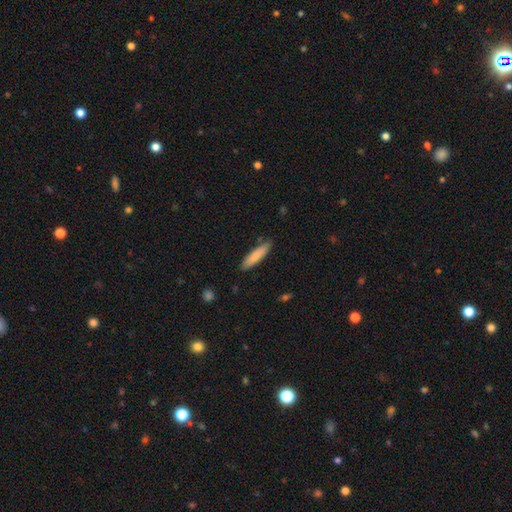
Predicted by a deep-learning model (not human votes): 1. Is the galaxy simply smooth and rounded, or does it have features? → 82% smooth, 12% featured or disk, 6% star or artifact.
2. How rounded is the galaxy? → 76% cigar-shaped, 23% in between, 1% round.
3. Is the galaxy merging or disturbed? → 84% none, 12% minor disturbance, 2% major disturbance, 2% merger.